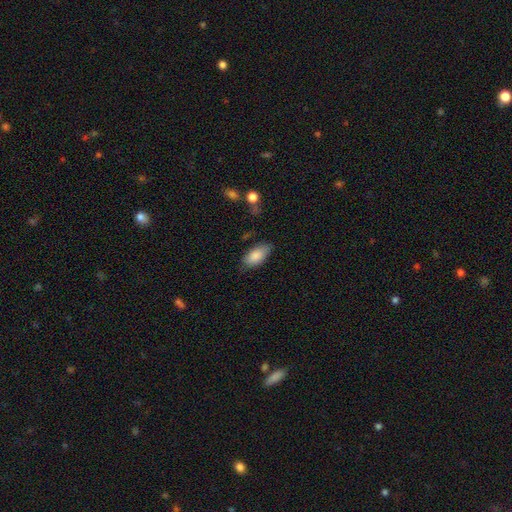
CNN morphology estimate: smooth-or-featured: smooth: 86% | featured or disk: 8% | star or artifact: 6%
  how-rounded: in between: 92% | cigar-shaped: 5% | round: 3%
  merging: none: 72% | minor disturbance: 21% | major disturbance: 5% | merger: 2%